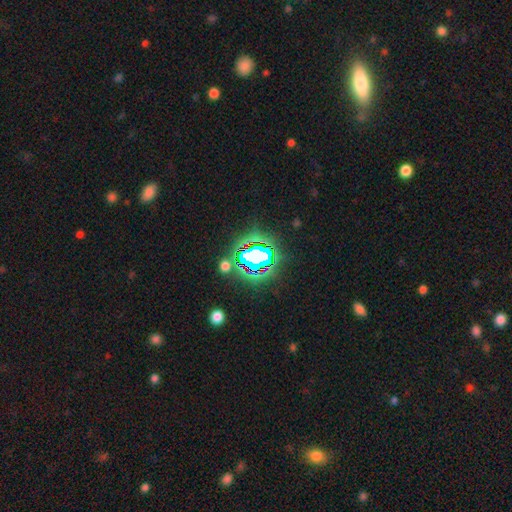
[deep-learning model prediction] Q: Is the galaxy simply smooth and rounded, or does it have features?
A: star or artifact — 69%.